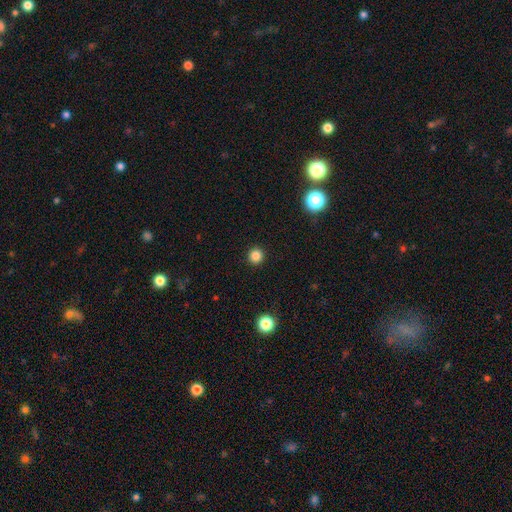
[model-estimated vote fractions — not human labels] This appears to be a smooth galaxy with no disk features (84%) that is round (95%). Merging: none (93%).